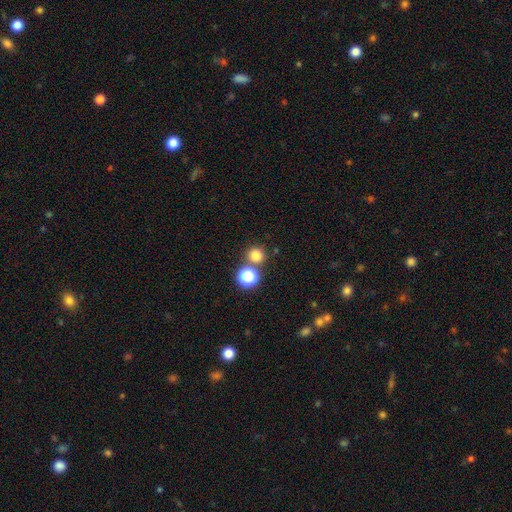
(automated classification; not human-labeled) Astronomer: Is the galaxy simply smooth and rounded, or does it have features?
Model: smooth — 77%.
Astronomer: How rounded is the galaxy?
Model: round — 92%.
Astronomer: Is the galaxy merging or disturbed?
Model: none — 70%.